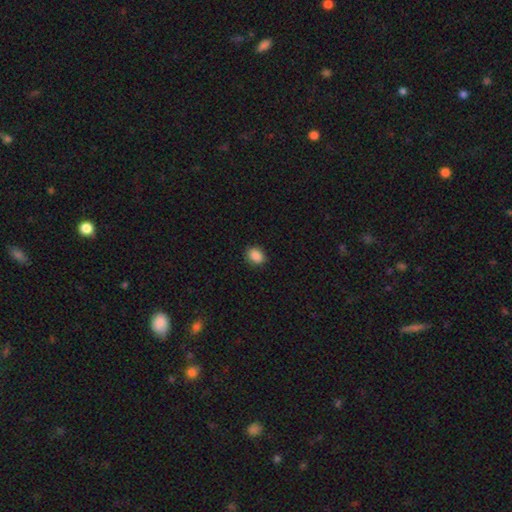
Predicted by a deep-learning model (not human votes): A smooth galaxy with no disk features (89%) that is in between round and cigar-shaped (71%).

Vote fractions:
- Smooth or featured? smooth: 89% / star or artifact: 8% / featured or disk: 3%
- How rounded? in between: 71% / round: 28% / cigar-shaped: 1%
- Merging? none: 88% / minor disturbance: 9% / major disturbance: 2% / merger: 1%